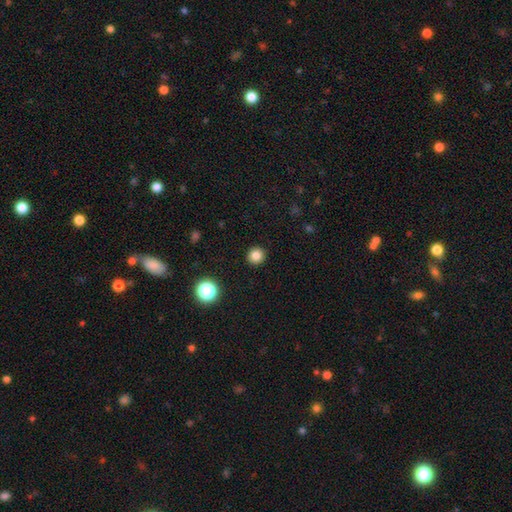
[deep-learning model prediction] This is clearly a smooth galaxy (83%). How rounded: clearly round (93%). Merging: clearly none (92%).